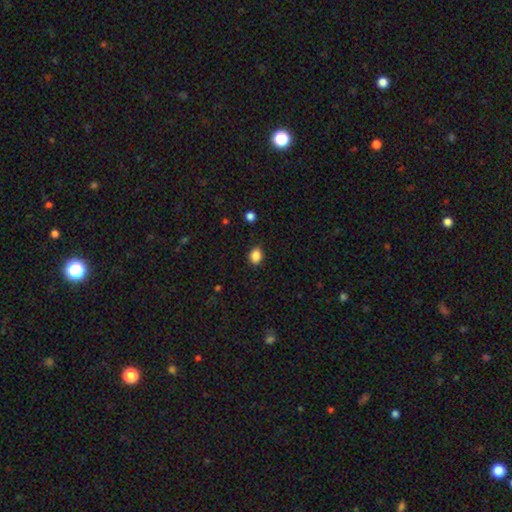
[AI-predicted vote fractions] A smooth galaxy with no disk features (87%) that is in between round and cigar-shaped (51%).

Vote fractions:
- Smooth or featured? smooth: 87% / star or artifact: 10% / featured or disk: 3%
- How rounded? in between: 51% / round: 48% / cigar-shaped: 1%
- Merging? none: 86% / minor disturbance: 10% / major disturbance: 2% / merger: 1%